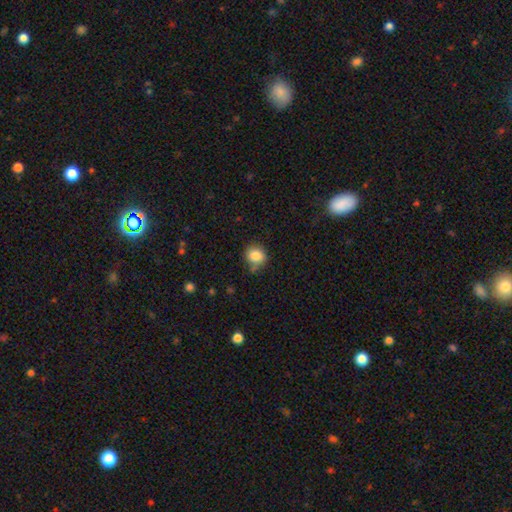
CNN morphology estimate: smooth_or_featured: smooth (p=0.84) [alt: star or artifact p=0.10]
how_rounded: round (p=0.80) [alt: in between p=0.19]
merging: none (p=0.67) [alt: minor disturbance p=0.23]